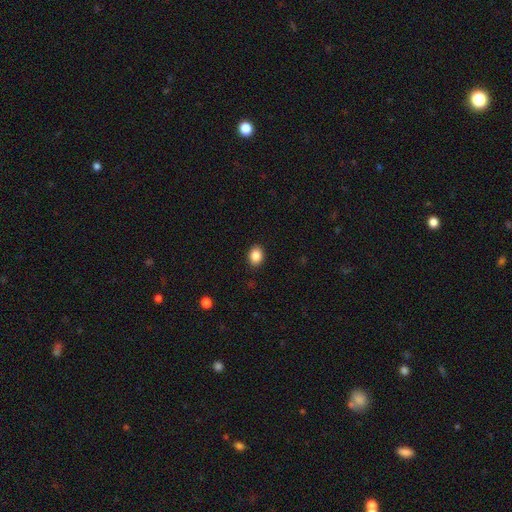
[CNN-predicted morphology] Overall: smooth (87%). How rounded: in between (57%; round 42%). Merging: none (90%).